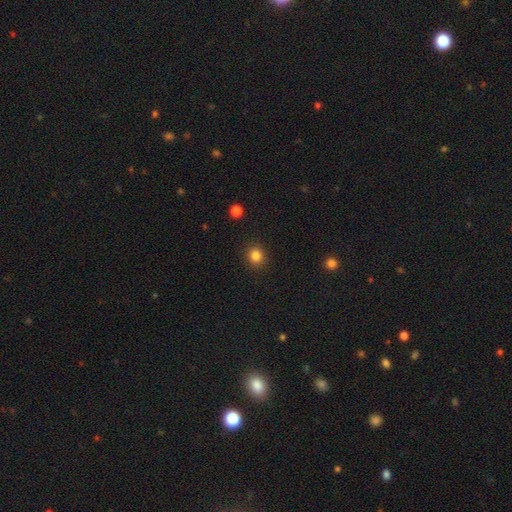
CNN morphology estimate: Smooth or featured: smooth — 84% (star or artifact — 12%)
How rounded: round — 88% (in between — 12%)
Merging: none — 90% (minor disturbance — 6%)